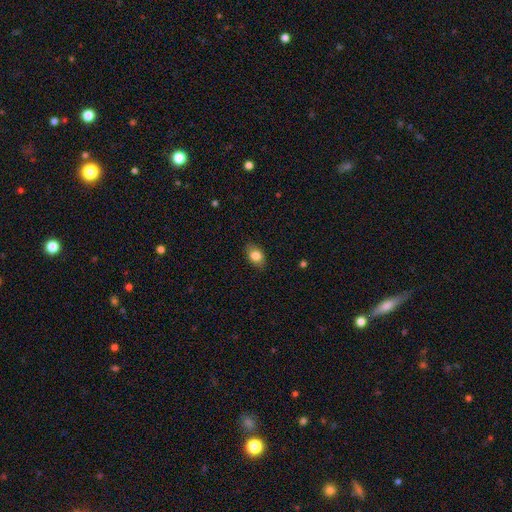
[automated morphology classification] type=smooth (83%); roundness=in between (80%); merging=none (85%).